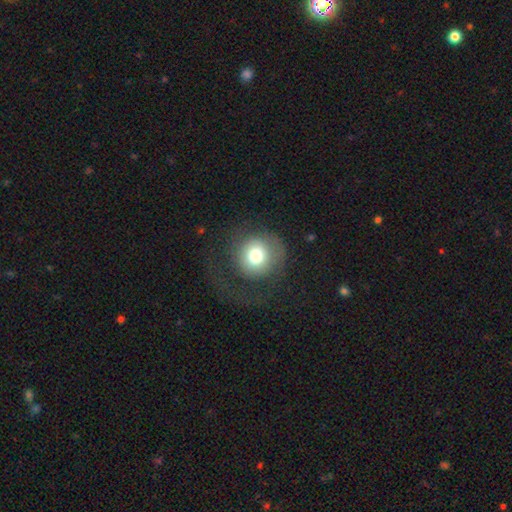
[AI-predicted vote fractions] smooth-or-featured: smooth: 69% | featured or disk: 21% | star or artifact: 9%
  how-rounded: round: 91% | in between: 8% | cigar-shaped: 1%
  merging: none: 53% | major disturbance: 30% | minor disturbance: 15% | merger: 2%